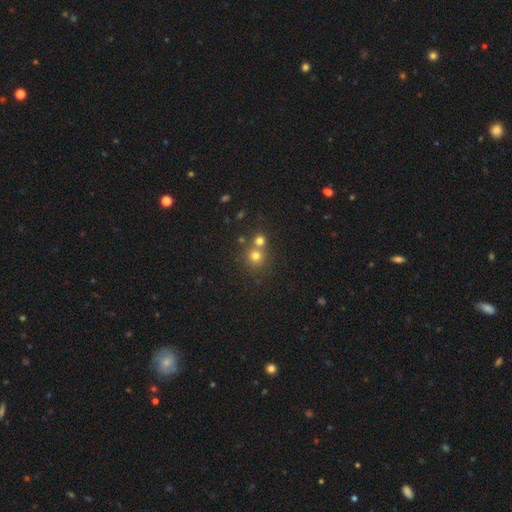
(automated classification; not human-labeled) A smooth galaxy with no disk features (72%) that is round (90%).

Vote fractions:
- Smooth or featured? smooth: 72% / star or artifact: 18% / featured or disk: 10%
- How rounded? round: 90% / in between: 9% / cigar-shaped: 1%
- Merging? none: 53% / merger: 38% / minor disturbance: 6% / major disturbance: 2%